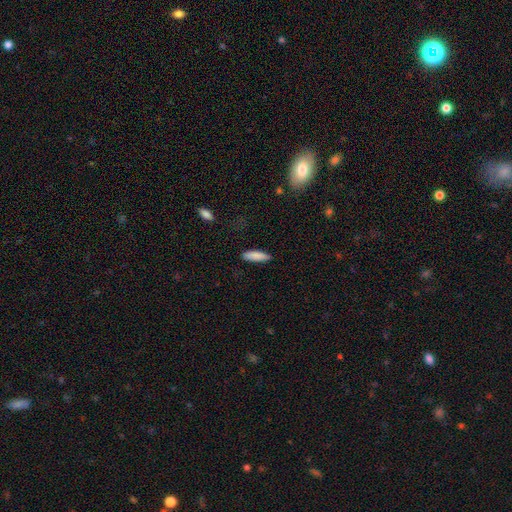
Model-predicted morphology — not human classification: A smooth galaxy with no disk features (87%) that is cigar-shaped (60%). Merging: none (83%).